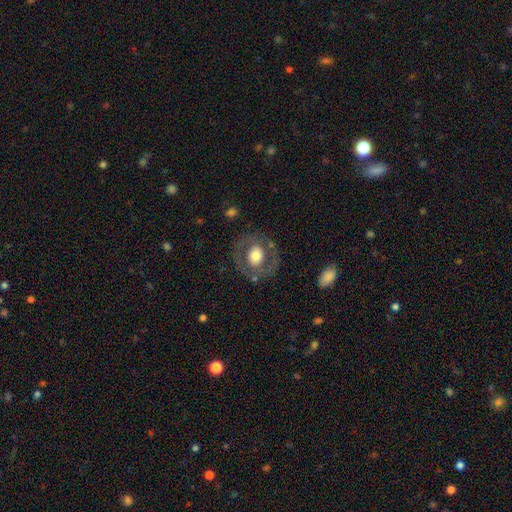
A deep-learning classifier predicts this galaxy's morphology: This is possibly a smooth galaxy (49%). Merging: likely none (78%).